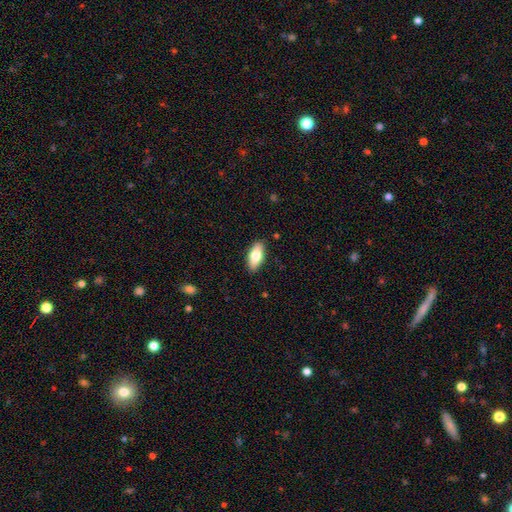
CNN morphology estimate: smooth_or_featured: smooth (p=0.76) [alt: featured or disk p=0.18]
how_rounded: in between (p=0.83) [alt: cigar-shaped p=0.15]
merging: none (p=0.87) [alt: minor disturbance p=0.10]